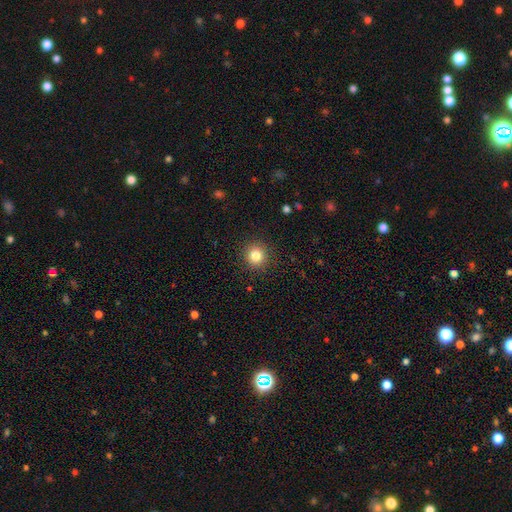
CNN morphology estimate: smooth_or_featured: smooth (p=0.83) [alt: star or artifact p=0.12]
how_rounded: round (p=0.93) [alt: in between p=0.06]
merging: none (p=0.91) [alt: minor disturbance p=0.06]